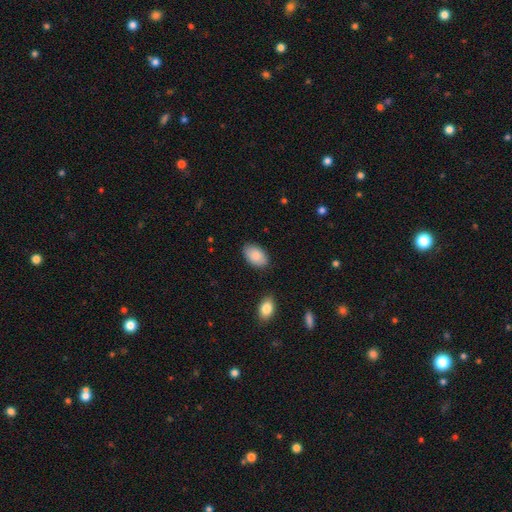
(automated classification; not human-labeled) A smooth galaxy with no disk features (88%) that is in between round and cigar-shaped (94%).

Vote fractions:
- Smooth or featured? smooth: 88% / star or artifact: 6% / featured or disk: 6%
- How rounded? in between: 94% / round: 5% / cigar-shaped: 1%
- Merging? none: 84% / minor disturbance: 12% / major disturbance: 3% / merger: 2%